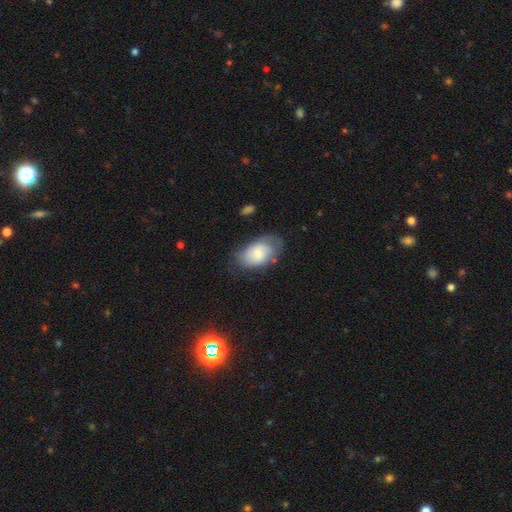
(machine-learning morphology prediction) type=smooth (62%); roundness=in between (91%); merging=none (60%).